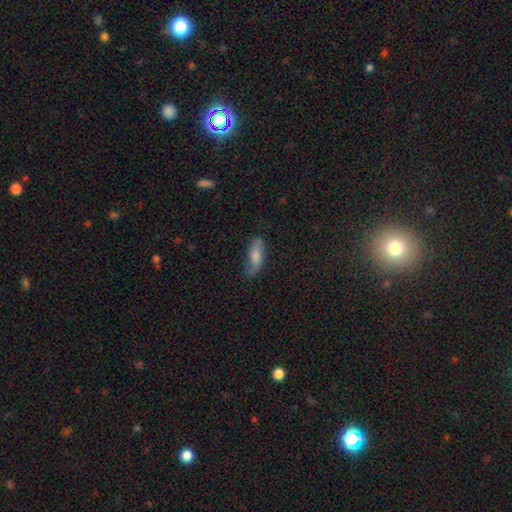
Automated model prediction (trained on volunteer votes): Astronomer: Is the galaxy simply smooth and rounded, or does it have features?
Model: smooth — 59%.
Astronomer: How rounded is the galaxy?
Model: in between — 60% (runner-up: cigar-shaped, 37%).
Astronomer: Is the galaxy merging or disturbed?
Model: none — 66%.